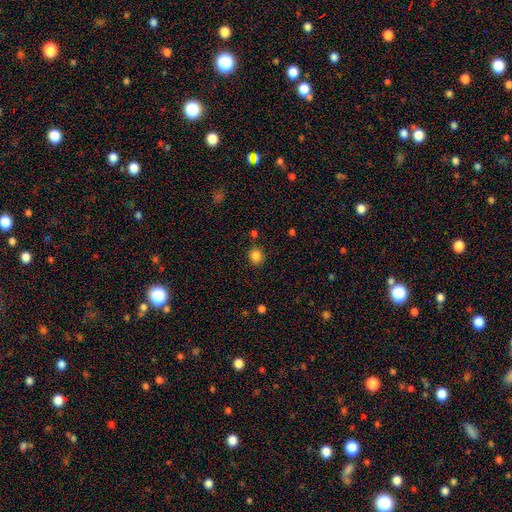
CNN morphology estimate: Q: Smooth or featured?
A: smooth (84%); runner-up: star or artifact (11%)
Q: How rounded?
A: round (73%); runner-up: in between (26%)
Q: Merging?
A: none (80%); runner-up: minor disturbance (11%)